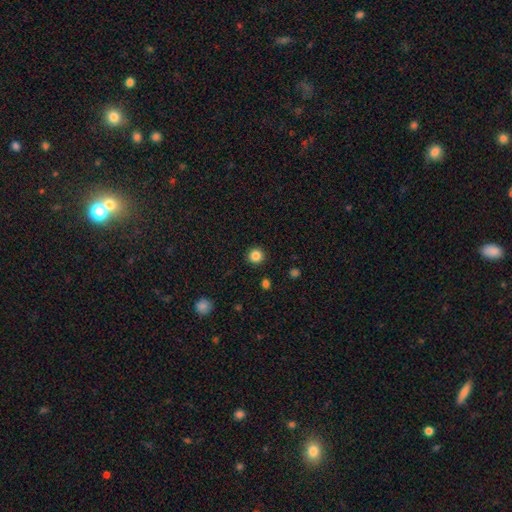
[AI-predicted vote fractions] Overall: smooth (85%). How rounded: round (94%). Merging: none (92%).